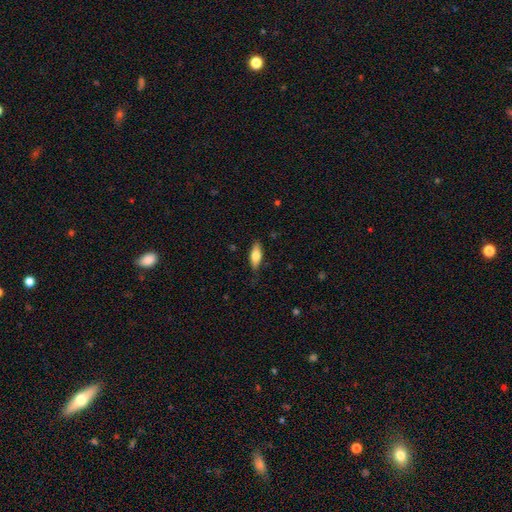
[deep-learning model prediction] smooth_or_featured: smooth (p=0.73) [alt: featured or disk p=0.21]
how_rounded: in between (p=0.67) [alt: cigar-shaped p=0.31]
merging: none (p=0.80) [alt: minor disturbance p=0.16]